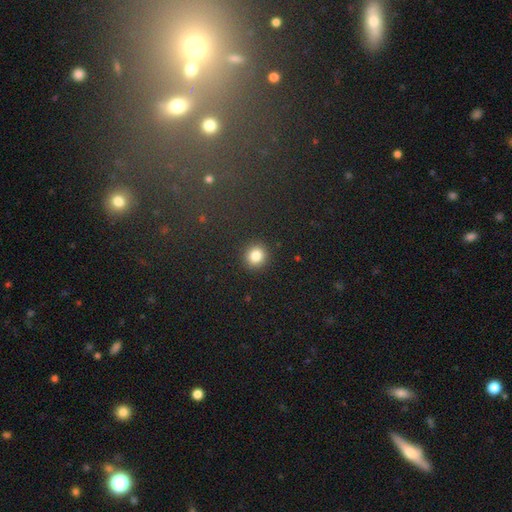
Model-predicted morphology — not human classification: The model was most divided on "smooth or featured": smooth: 84%, star or artifact: 11%, featured or disk: 6%. More confident: merging — none (91%); how rounded — round (88%).